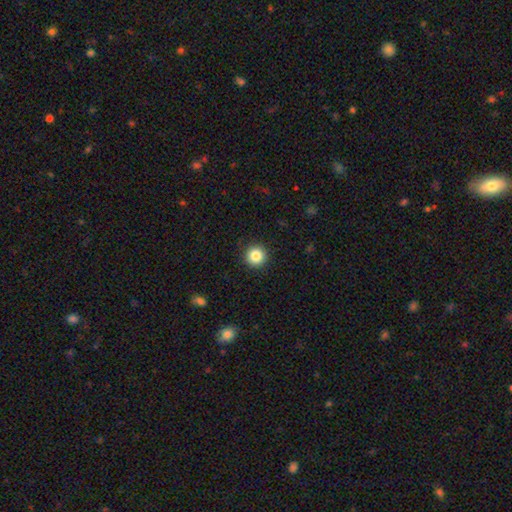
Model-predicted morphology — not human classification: type=smooth (85%); roundness=round (96%); merging=none (93%).